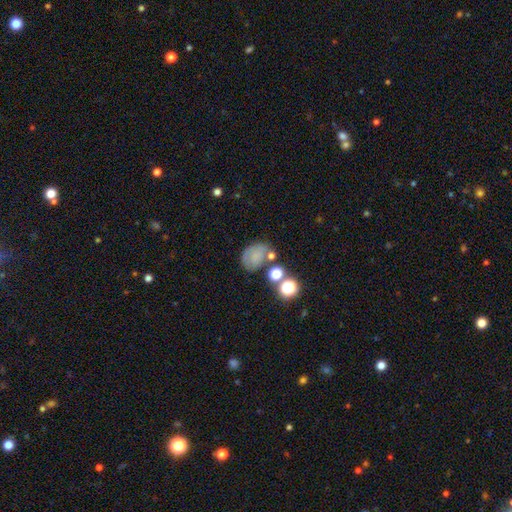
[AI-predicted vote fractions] A smooth galaxy with no disk features (66%) that is in between round and cigar-shaped (57%).

Vote fractions:
- Smooth or featured? smooth: 66% / featured or disk: 19% / star or artifact: 15%
- How rounded? in between: 57% / round: 42% / cigar-shaped: 1%
- Merging? none: 52% / minor disturbance: 21% / merger: 16% / major disturbance: 10%